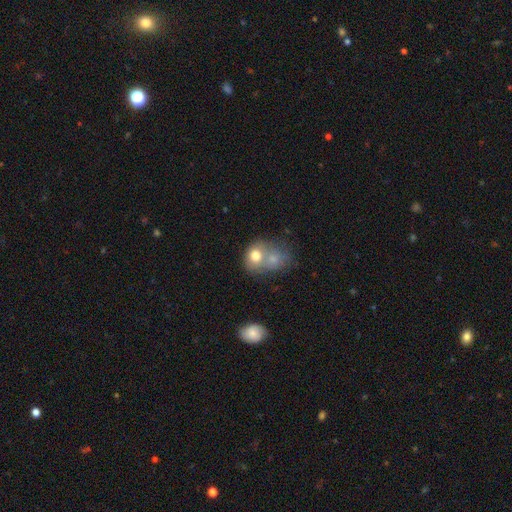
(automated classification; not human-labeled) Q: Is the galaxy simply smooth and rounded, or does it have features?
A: smooth — 72%.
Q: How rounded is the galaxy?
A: round — 56%.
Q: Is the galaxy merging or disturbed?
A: merger — 65%.